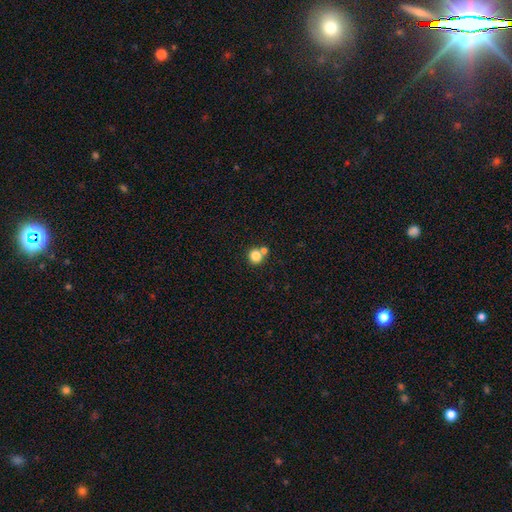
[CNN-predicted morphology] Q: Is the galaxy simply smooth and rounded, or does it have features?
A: smooth — 82%.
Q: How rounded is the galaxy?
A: round — 90%.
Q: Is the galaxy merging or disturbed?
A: none — 60%.